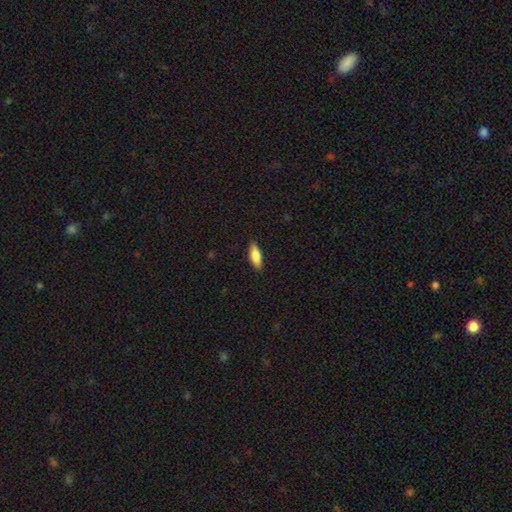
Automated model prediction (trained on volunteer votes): A smooth galaxy with no disk features (83%) that is in between round and cigar-shaped (68%). Merging: none (87%).